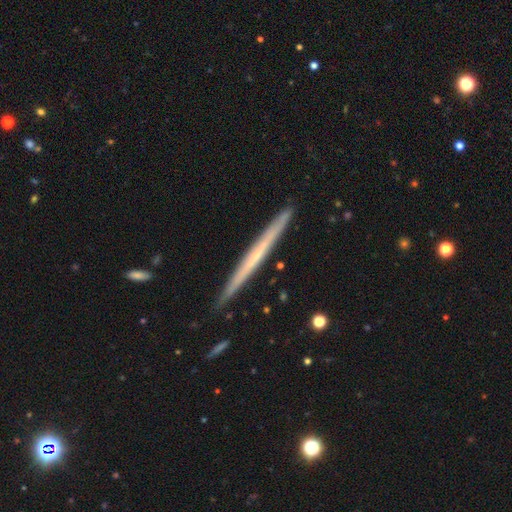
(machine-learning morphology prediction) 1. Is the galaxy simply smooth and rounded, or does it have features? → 59% featured or disk, 35% smooth, 6% star or artifact.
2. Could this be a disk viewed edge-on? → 97% yes, 3% no.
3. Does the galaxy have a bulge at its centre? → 83% none, 13% rounded, 3% boxy.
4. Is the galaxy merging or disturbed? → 89% none, 8% minor disturbance, 1% merger, 1% major disturbance.